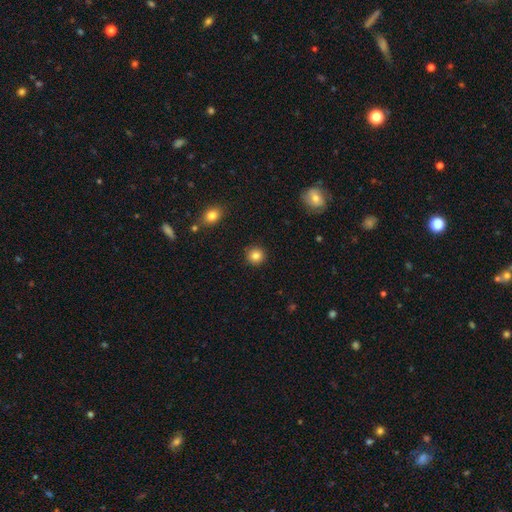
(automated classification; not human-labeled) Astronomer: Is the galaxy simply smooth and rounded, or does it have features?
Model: smooth — 84%.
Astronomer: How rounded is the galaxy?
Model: round — 94%.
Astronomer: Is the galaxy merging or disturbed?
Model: none — 92%.